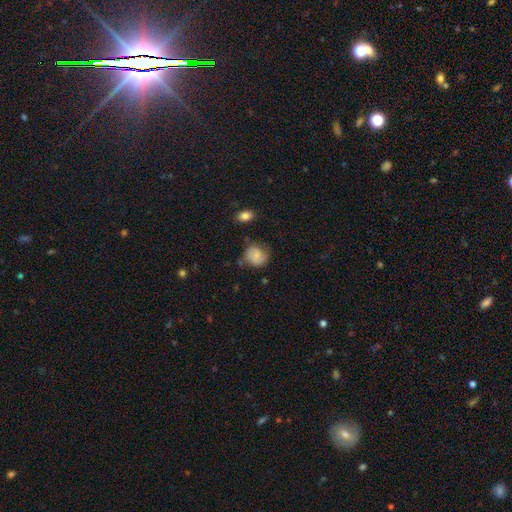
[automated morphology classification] Smooth or featured? Predicted: smooth (p=0.70). How rounded? Predicted: round (p=0.75). Merging? Predicted: none (p=0.59).